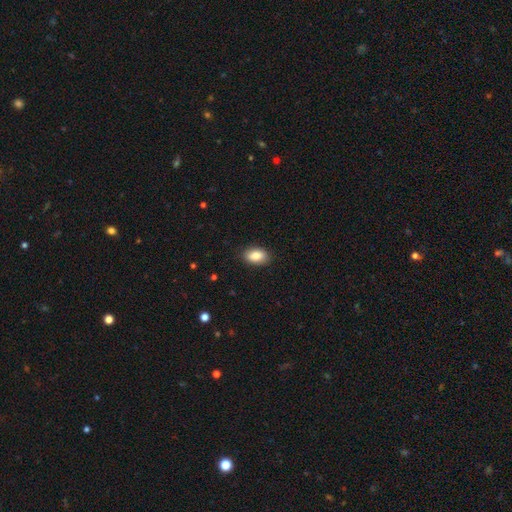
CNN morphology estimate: smooth_or_featured: smooth (p=0.87) [alt: star or artifact p=0.07]
how_rounded: in between (p=0.91) [alt: round p=0.08]
merging: none (p=0.87) [alt: minor disturbance p=0.10]